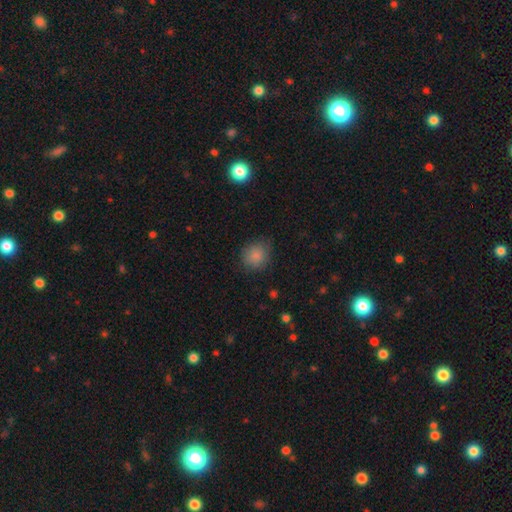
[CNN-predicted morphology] Overall: smooth (86%). How rounded: round (80%). Merging: none (78%).